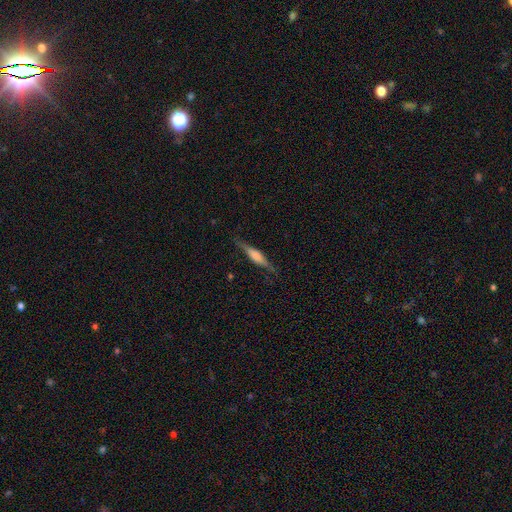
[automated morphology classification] A featured or disk galaxy (55%) viewed edge-on (95%) with a rounded central bulge (53%). Merging: none (82%).